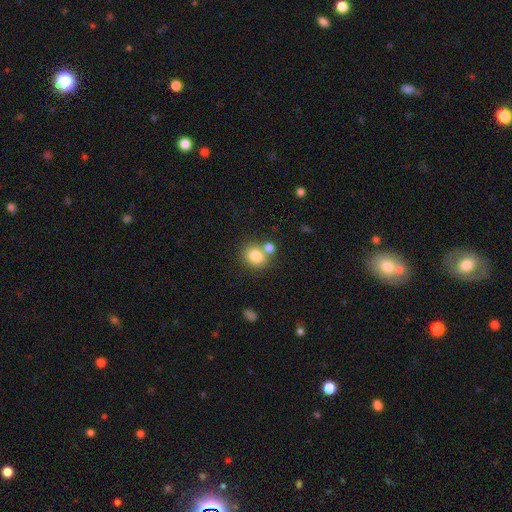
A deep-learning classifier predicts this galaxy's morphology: Smooth or featured?
  - smooth: 82% *
  - star or artifact: 10%
  - featured or disk: 8%
How rounded?
  - round: 70% *
  - in between: 29%
  - cigar-shaped: 1%
Merging?
  - none: 57% *
  - merger: 30%
  - minor disturbance: 10%
  - major disturbance: 4%